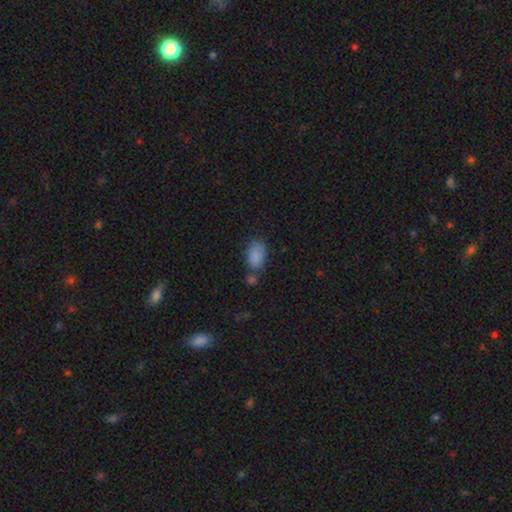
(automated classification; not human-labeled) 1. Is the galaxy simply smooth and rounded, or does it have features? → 85% smooth, 9% star or artifact, 6% featured or disk.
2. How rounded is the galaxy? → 90% in between, 8% round, 2% cigar-shaped.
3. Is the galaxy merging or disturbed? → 54% none, 21% minor disturbance, 17% merger, 8% major disturbance.